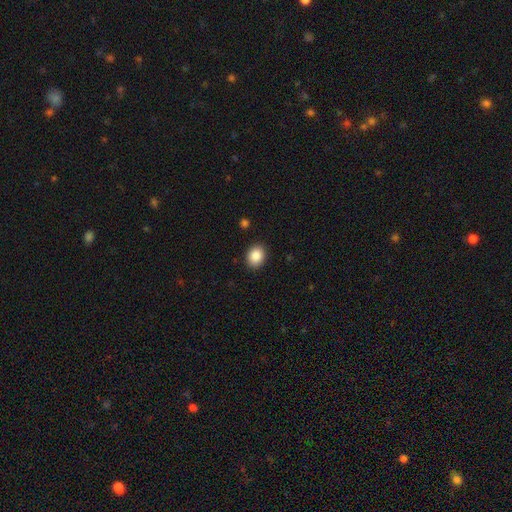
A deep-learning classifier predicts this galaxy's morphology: Smooth or featured? Predicted: smooth (p=0.88). How rounded? Predicted: in between (p=0.54). Merging? Predicted: none (p=0.89).